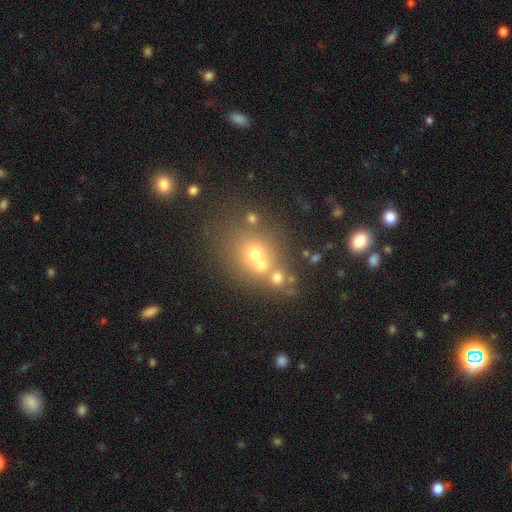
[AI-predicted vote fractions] Smooth or featured?
  - smooth: 57% *
  - star or artifact: 22%
  - featured or disk: 21%
How rounded?
  - round: 73% *
  - in between: 26%
  - cigar-shaped: 1%
Merging?
  - none: 45% *
  - merger: 41%
  - minor disturbance: 9%
  - major disturbance: 5%